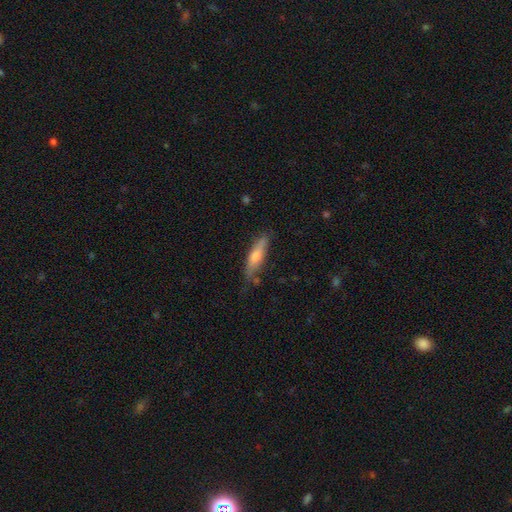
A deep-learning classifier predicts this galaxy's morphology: Q: Smooth or featured?
A: smooth (62%); runner-up: featured or disk (32%)
Q: How rounded?
A: cigar-shaped (71%); runner-up: in between (27%)
Q: Merging?
A: none (69%); runner-up: minor disturbance (23%)